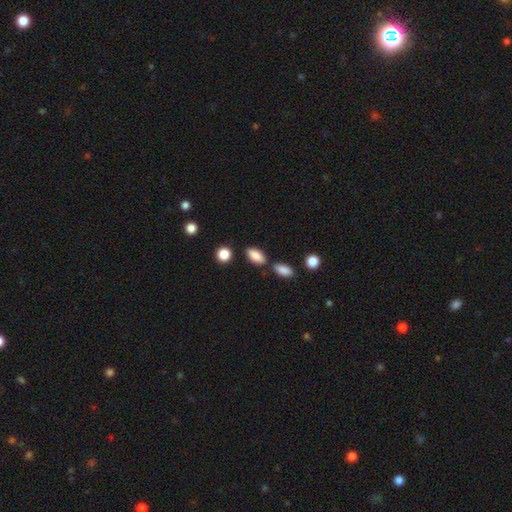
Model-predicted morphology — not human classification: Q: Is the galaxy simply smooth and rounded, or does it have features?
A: smooth — 87%.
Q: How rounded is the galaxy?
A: in between — 88%.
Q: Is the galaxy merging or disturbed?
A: none — 72%.